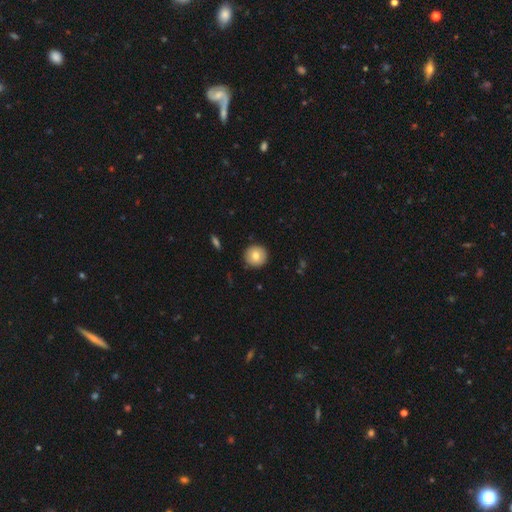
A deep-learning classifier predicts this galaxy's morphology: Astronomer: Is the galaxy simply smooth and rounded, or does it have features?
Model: smooth — 78%.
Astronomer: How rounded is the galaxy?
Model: round — 94%.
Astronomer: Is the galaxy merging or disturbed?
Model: none — 91%.